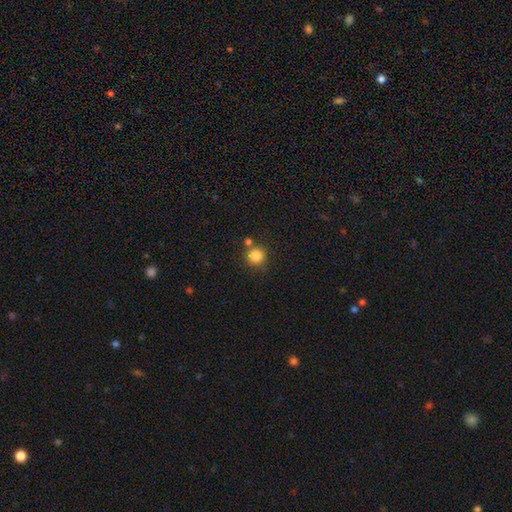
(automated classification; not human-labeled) Smooth or featured? Predicted: smooth (p=0.84). How rounded? Predicted: round (p=0.94). Merging? Predicted: none (p=0.76).